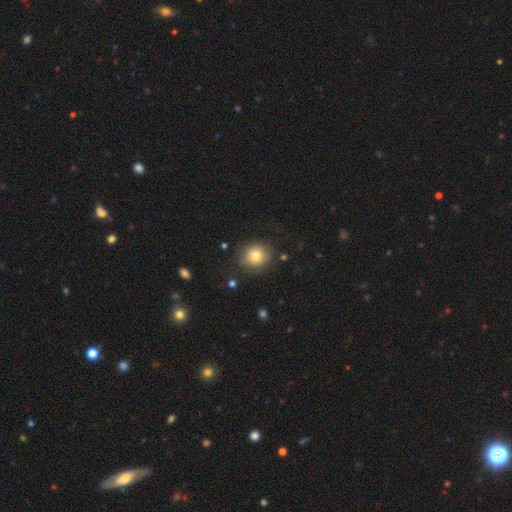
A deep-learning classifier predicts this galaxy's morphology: Smooth or featured: smooth — 78% (featured or disk — 11%)
How rounded: round — 75% (in between — 24%)
Merging: none — 81% (minor disturbance — 13%)